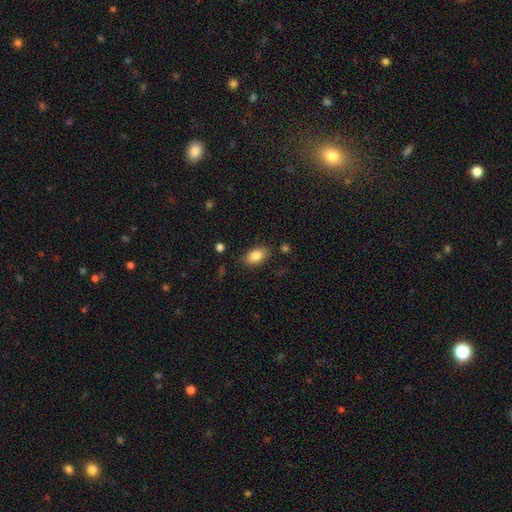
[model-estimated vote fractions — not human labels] smooth_or_featured: smooth (p=0.84) [alt: featured or disk p=0.08]
how_rounded: in between (p=0.89) [alt: round p=0.08]
merging: none (p=0.83) [alt: minor disturbance p=0.12]